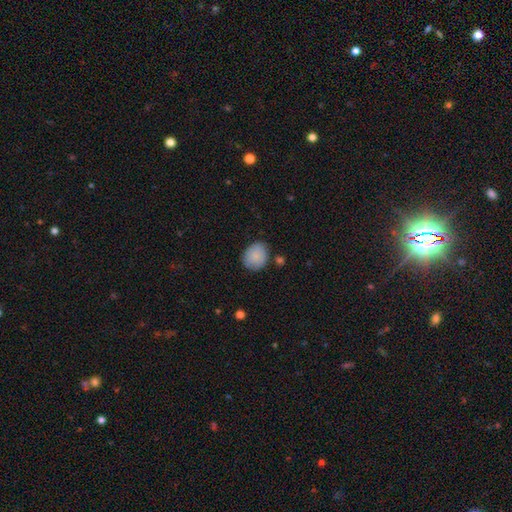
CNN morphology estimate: This appears to be a smooth galaxy with no disk features (83%) that is round (56%). Merging: none (75%).